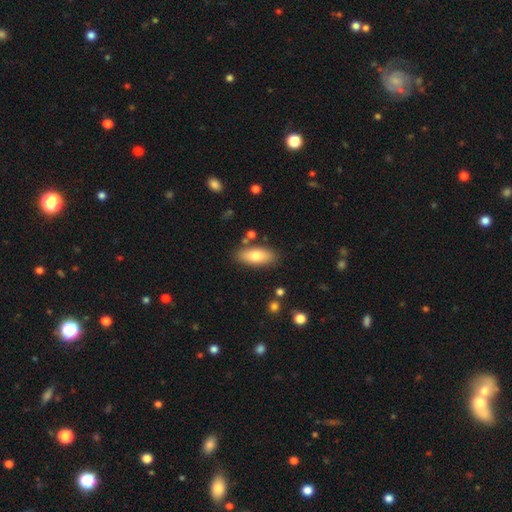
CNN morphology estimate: A smooth galaxy with no disk features (76%) that is in between round and cigar-shaped (83%). Merging: none (82%).